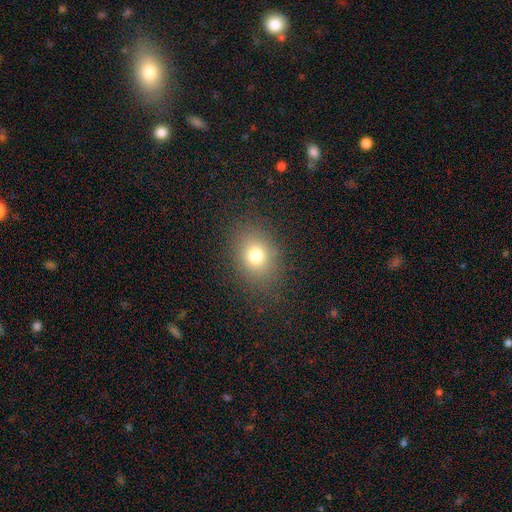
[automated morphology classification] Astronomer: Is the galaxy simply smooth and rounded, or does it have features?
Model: smooth — 75%.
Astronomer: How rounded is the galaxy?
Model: in between — 53% (runner-up: round, 46%).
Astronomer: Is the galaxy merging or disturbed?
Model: none — 83%.